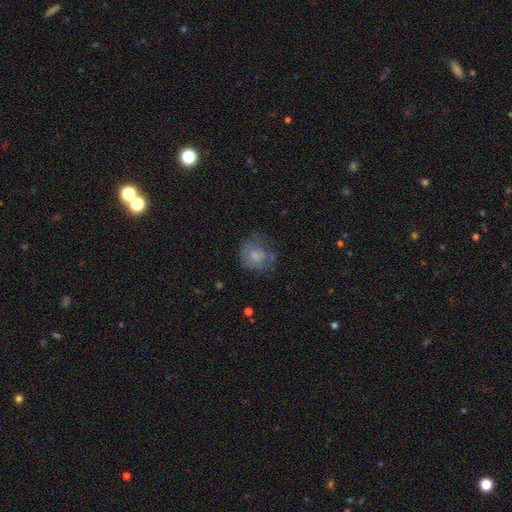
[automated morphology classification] Smooth or featured?
  - smooth: 65% *
  - featured or disk: 25%
  - star or artifact: 11%
How rounded?
  - round: 69% *
  - in between: 30%
  - cigar-shaped: 1%
Merging?
  - none: 46% *
  - minor disturbance: 26%
  - major disturbance: 21%
  - merger: 6%